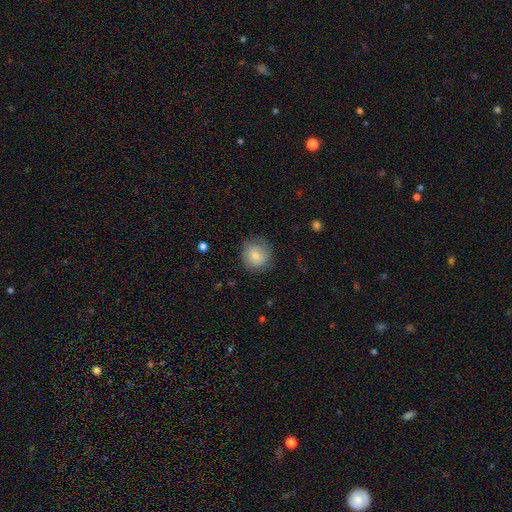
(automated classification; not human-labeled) Smooth or featured?
  - smooth: 74% *
  - featured or disk: 18%
  - star or artifact: 8%
How rounded?
  - round: 88% *
  - in between: 11%
  - cigar-shaped: 1%
Merging?
  - none: 73% *
  - minor disturbance: 19%
  - major disturbance: 7%
  - merger: 1%